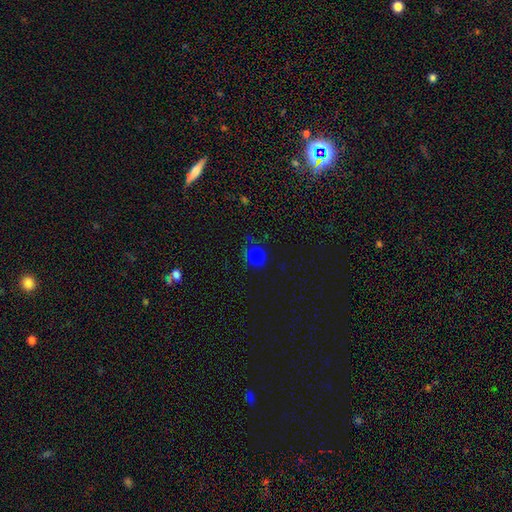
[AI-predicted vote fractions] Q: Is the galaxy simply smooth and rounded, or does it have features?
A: smooth — 62%.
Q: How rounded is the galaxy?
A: round — 79%.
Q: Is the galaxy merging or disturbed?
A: none — 53%.